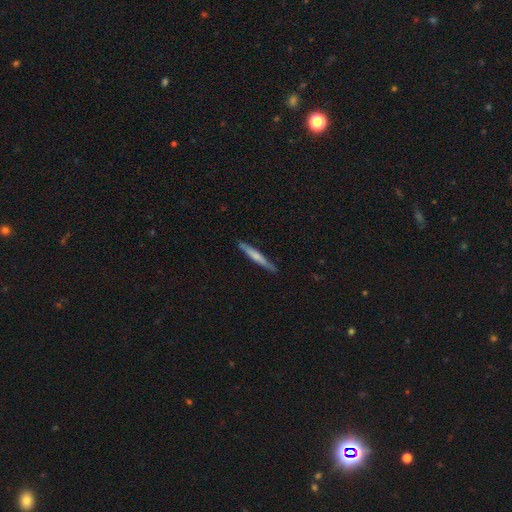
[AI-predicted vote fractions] Smooth or featured? Predicted: smooth (p=0.51). How rounded? Predicted: cigar-shaped (p=0.95). Merging? Predicted: none (p=0.87).